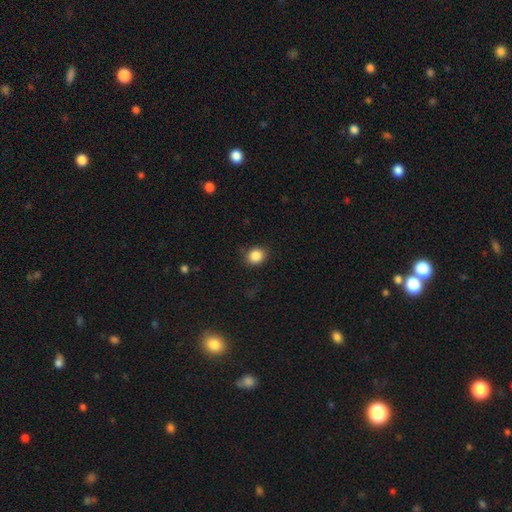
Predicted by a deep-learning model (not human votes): Smooth or featured: smooth — 86% (star or artifact — 10%)
How rounded: round — 72% (in between — 27%)
Merging: none — 83% (minor disturbance — 13%)